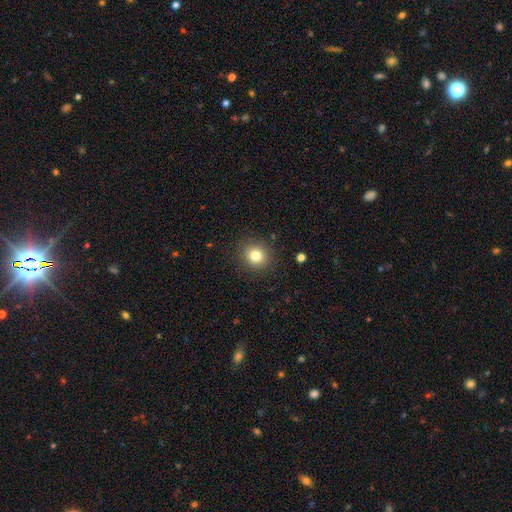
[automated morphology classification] Smooth or featured? smooth (81%)
How rounded? round (86%)
Merging? none (89%)